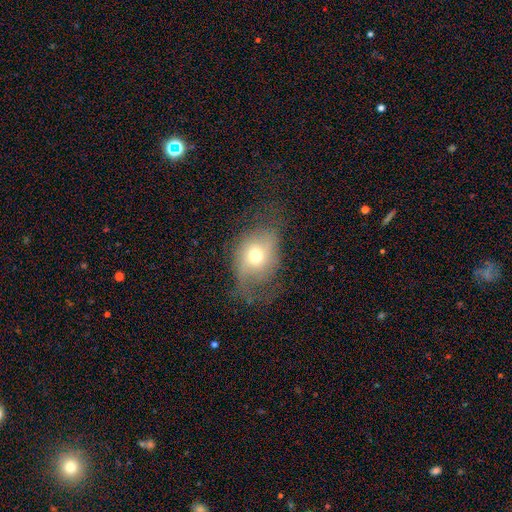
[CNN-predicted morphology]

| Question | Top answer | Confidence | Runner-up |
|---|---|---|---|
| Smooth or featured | smooth | 55% | featured or disk (34%) |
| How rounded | in between | 59% | round (39%) |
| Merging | none | 45% | minor disturbance (27%) |